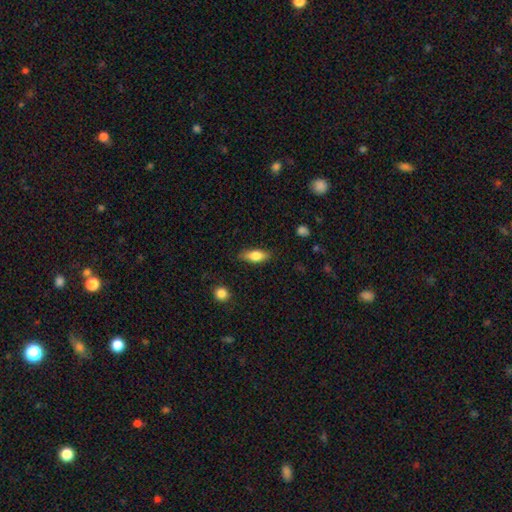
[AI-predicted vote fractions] This appears to be a smooth galaxy with no disk features (74%) that is in between round and cigar-shaped (74%). Merging: none (83%).